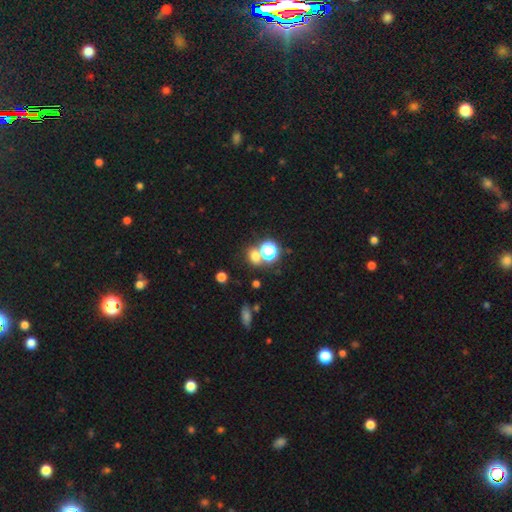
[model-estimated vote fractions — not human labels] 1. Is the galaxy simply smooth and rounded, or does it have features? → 63% smooth, 29% star or artifact, 7% featured or disk.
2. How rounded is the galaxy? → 66% round, 32% in between, 1% cigar-shaped.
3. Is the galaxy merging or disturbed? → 65% none, 22% merger, 9% minor disturbance, 4% major disturbance.